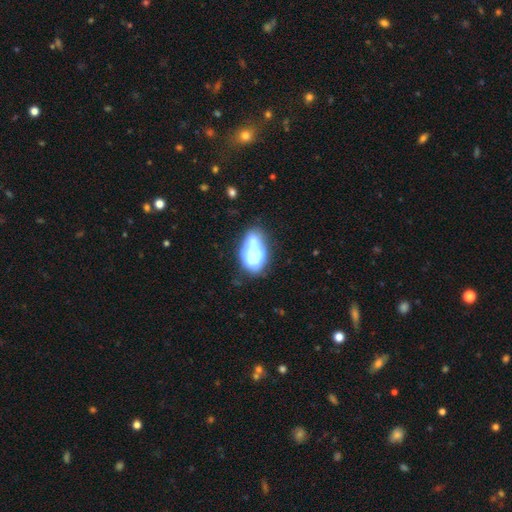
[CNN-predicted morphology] Smooth or featured?
  - smooth: 54% *
  - featured or disk: 36%
  - star or artifact: 11%
How rounded?
  - in between: 86% *
  - round: 10%
  - cigar-shaped: 4%
Merging?
  - none: 36% *
  - merger: 32%
  - minor disturbance: 19%
  - major disturbance: 13%